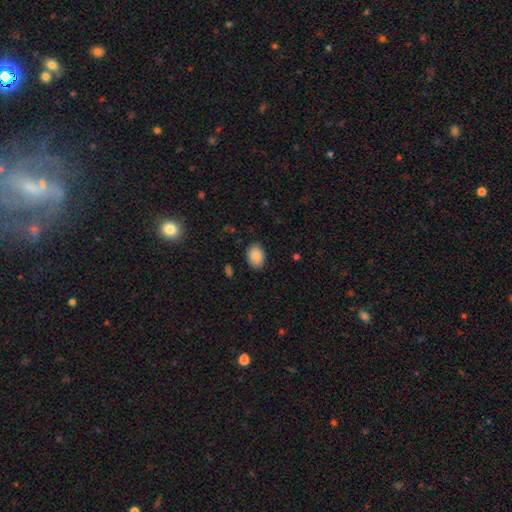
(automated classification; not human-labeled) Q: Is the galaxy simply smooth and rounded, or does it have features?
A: smooth — 88%.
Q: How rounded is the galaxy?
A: in between — 76%.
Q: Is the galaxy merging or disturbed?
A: none — 84%.